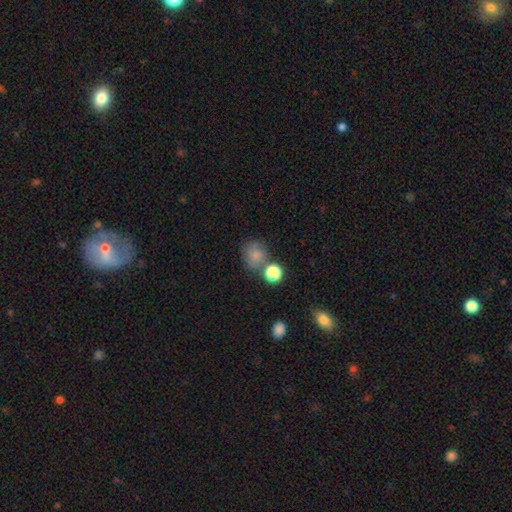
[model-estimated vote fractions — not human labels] A smooth galaxy with no disk features (79%) that is round (78%).

Vote fractions:
- Smooth or featured? smooth: 79% / star or artifact: 13% / featured or disk: 9%
- How rounded? round: 78% / in between: 21% / cigar-shaped: 1%
- Merging? none: 57% / merger: 22% / minor disturbance: 15% / major disturbance: 7%